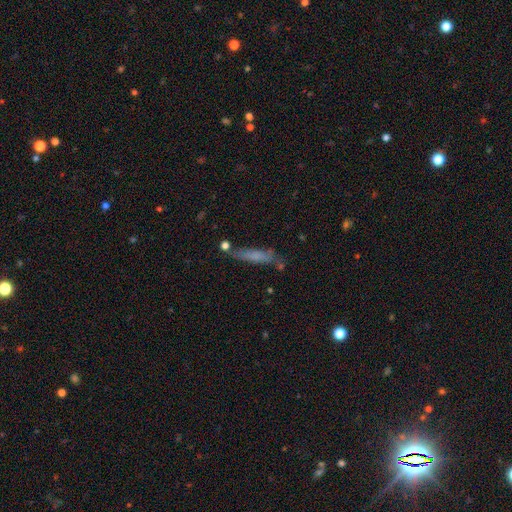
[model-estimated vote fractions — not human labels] Smooth or featured? smooth (64%)
How rounded? cigar-shaped (85%)
Merging? none (67%)